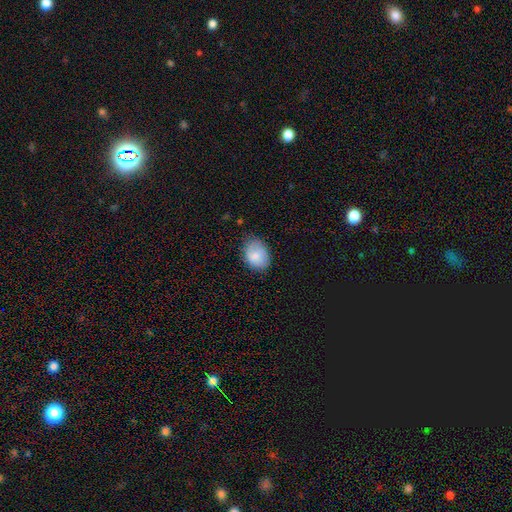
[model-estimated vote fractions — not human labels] Smooth or featured?
  - smooth: 83% *
  - featured or disk: 10%
  - star or artifact: 7%
How rounded?
  - in between: 72% *
  - round: 27%
  - cigar-shaped: 1%
Merging?
  - none: 68% *
  - minor disturbance: 26%
  - major disturbance: 5%
  - merger: 1%